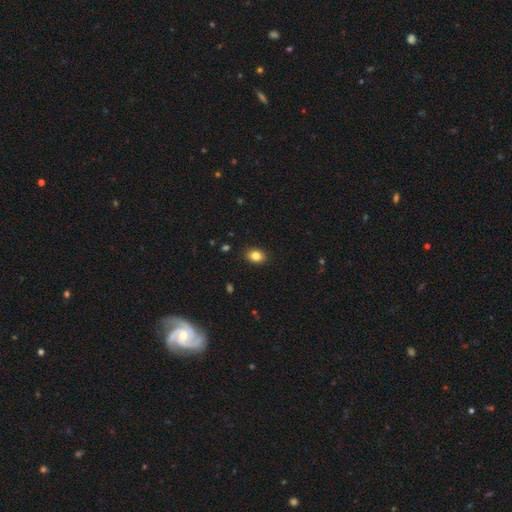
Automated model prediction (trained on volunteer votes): The model was most divided on "how rounded": in between: 68%, round: 31%, cigar-shaped: 1%. More confident: merging — none (89%); smooth or featured — smooth (84%).